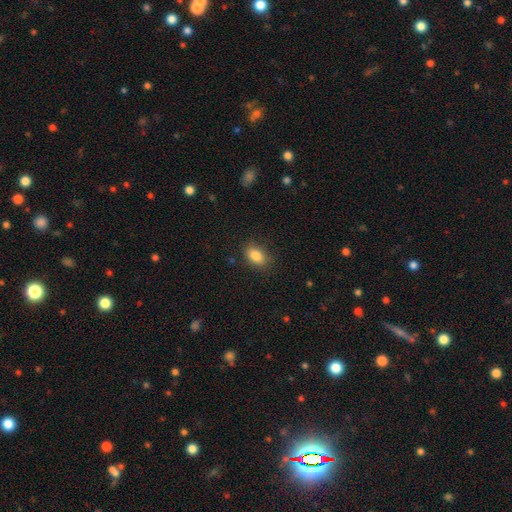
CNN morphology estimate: A smooth galaxy with no disk features (84%) that is in between round and cigar-shaped (85%). Merging: none (85%).